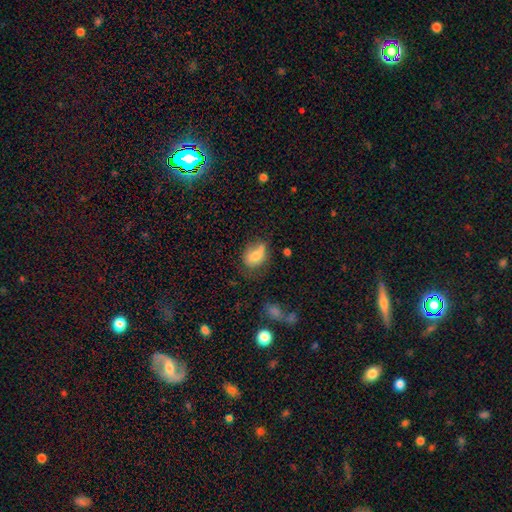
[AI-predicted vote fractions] smooth 73%, featured or disk 17%, star or artifact 10%. Down the decision tree: how rounded — in between (67%); merging — none (44%).